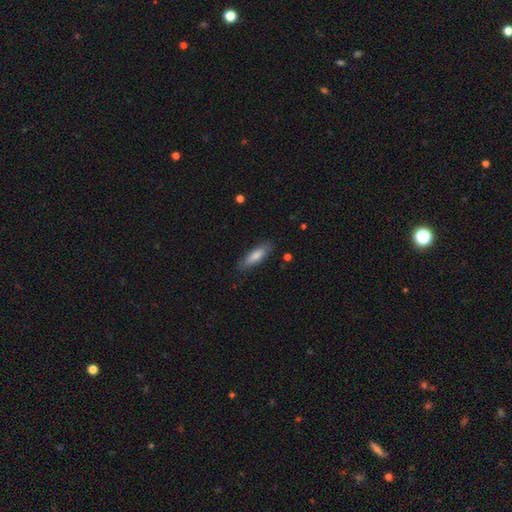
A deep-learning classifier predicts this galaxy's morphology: type=smooth (80%); roundness=cigar-shaped (51%); merging=none (84%).